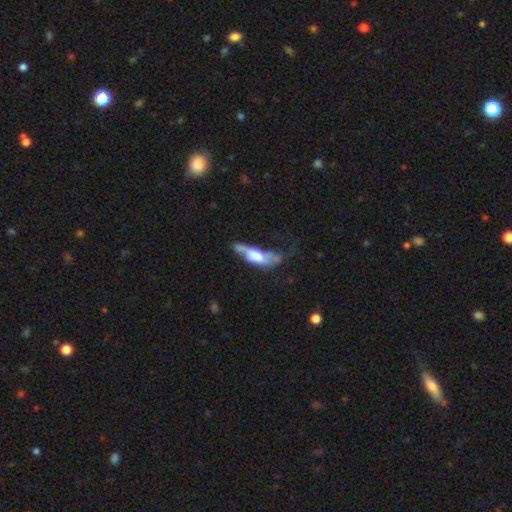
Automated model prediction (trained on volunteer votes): Smooth or featured? smooth (47%)
Merging? major disturbance (32%)